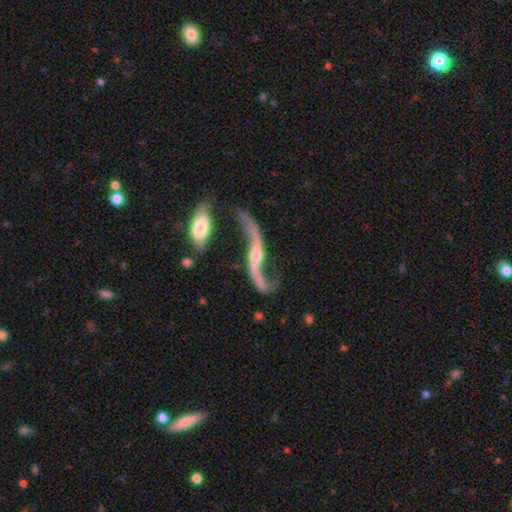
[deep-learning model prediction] Q: Smooth or featured?
A: featured or disk (88%); runner-up: smooth (7%)
Q: Edge-on disk?
A: no (84%); runner-up: yes (16%)
Q: Bar?
A: no (50%); runner-up: weak (31%)
Q: Spiral arms?
A: yes (94%); runner-up: no (6%)
Q: Spiral winding?
A: loose (95%); runner-up: medium (4%)
Q: Spiral arm count?
A: 2 (92%); runner-up: 1 (3%)
Q: Bulge size?
A: moderate (49%); runner-up: small (38%)
Q: Merging?
A: none (49%); runner-up: minor disturbance (18%)